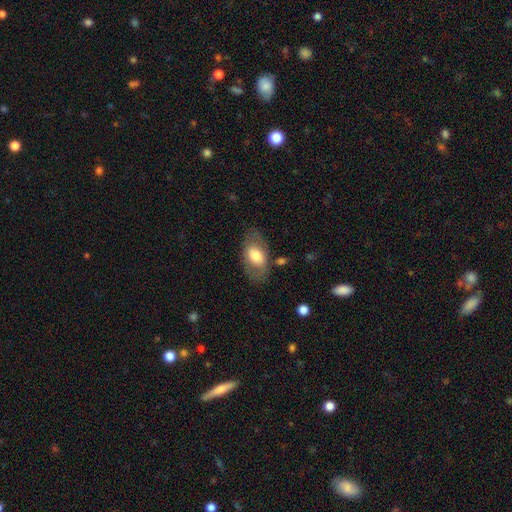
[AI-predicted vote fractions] Smooth or featured?
  - smooth: 65% *
  - featured or disk: 29%
  - star or artifact: 6%
How rounded?
  - in between: 92% *
  - round: 6%
  - cigar-shaped: 2%
Merging?
  - none: 74% *
  - minor disturbance: 15%
  - major disturbance: 7%
  - merger: 4%